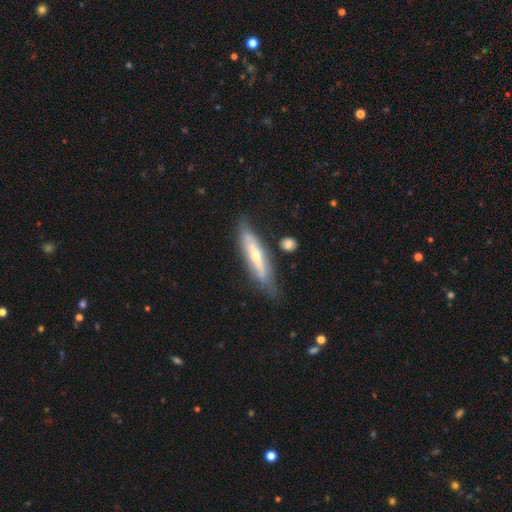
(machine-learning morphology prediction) Q: Smooth or featured?
A: featured or disk (57%); runner-up: smooth (37%)
Q: Edge-on disk?
A: yes (57%); runner-up: no (43%)
Q: Merging?
A: none (68%); runner-up: minor disturbance (22%)